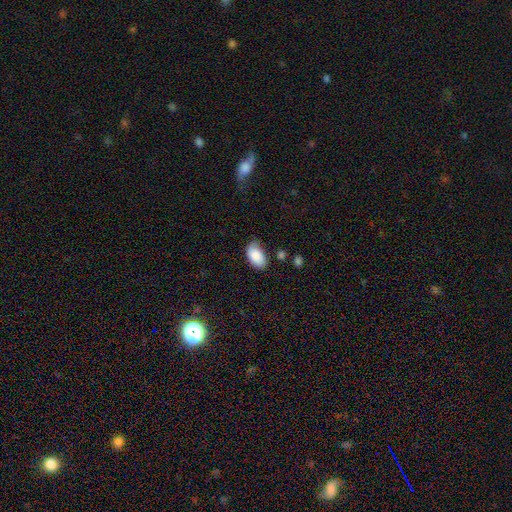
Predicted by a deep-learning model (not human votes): Smooth or featured?
  - smooth: 87% *
  - star or artifact: 7%
  - featured or disk: 6%
How rounded?
  - in between: 94% *
  - round: 5%
  - cigar-shaped: 1%
Merging?
  - none: 61% *
  - minor disturbance: 29%
  - major disturbance: 6%
  - merger: 3%